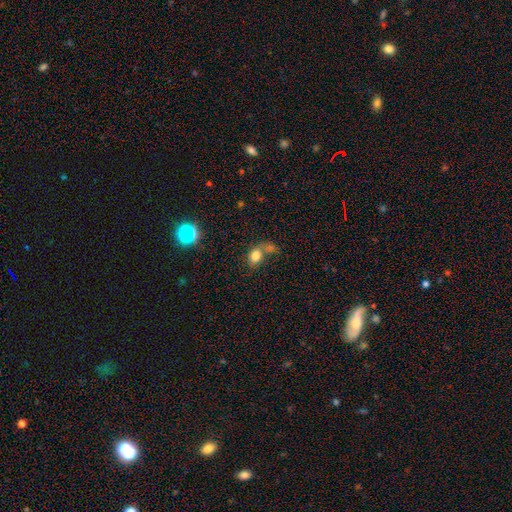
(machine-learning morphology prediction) A smooth galaxy with no disk features (76%) that is in between round and cigar-shaped (58%).

Vote fractions:
- Smooth or featured? smooth: 76% / star or artifact: 13% / featured or disk: 11%
- How rounded? in between: 58% / round: 40% / cigar-shaped: 1%
- Merging? merger: 41% / none: 33% / minor disturbance: 14% / major disturbance: 12%